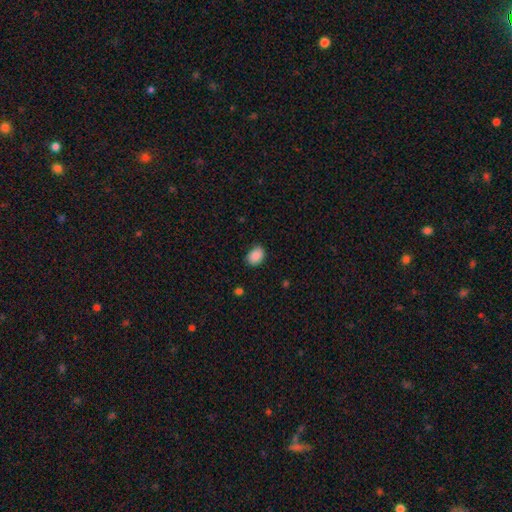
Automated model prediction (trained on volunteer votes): A smooth galaxy with no disk features (89%) that is in between round and cigar-shaped (71%). Merging: none (78%).